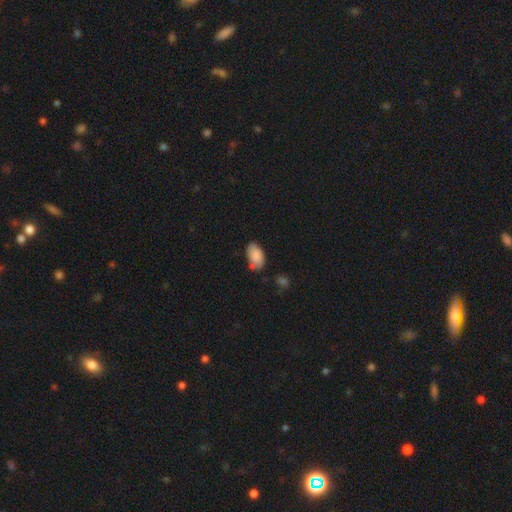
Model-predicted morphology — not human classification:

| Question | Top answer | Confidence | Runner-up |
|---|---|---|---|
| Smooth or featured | smooth | 80% | featured or disk (12%) |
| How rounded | in between | 93% | round (5%) |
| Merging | none | 54% | minor disturbance (34%) |